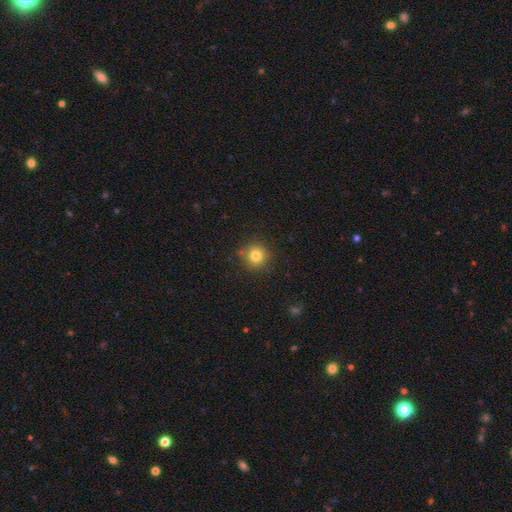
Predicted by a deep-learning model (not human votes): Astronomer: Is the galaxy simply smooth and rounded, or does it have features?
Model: smooth — 80%.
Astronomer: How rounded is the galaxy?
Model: round — 94%.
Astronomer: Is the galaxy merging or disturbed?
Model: none — 85%.